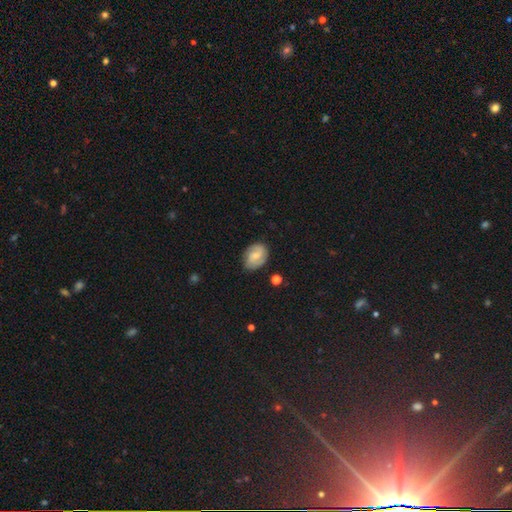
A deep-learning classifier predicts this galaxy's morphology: A featured or disk galaxy (59%) with a weak bar (48%), 2 (73%) medium (43%) spiral arms (89%) and a small central bulge (50%).

Vote fractions:
- Smooth or featured? featured or disk: 59% / smooth: 34% / star or artifact: 7%
- Edge-on disk? no: 97% / yes: 3%
- Bar? weak: 48% / no: 42% / strong: 10%
- Spiral arms? yes: 89% / no: 11%
- Spiral winding? medium: 43% / tight: 38% / loose: 19%
- Spiral arm count? 2: 73% / can't tell: 14% / 3: 6% / 1: 4% / 4: 2% / more than 4: 2%
- Bulge size? small: 50% / moderate: 40% / none: 7% / large: 2% / dominant: 1%
- Merging? none: 75% / minor disturbance: 19% / major disturbance: 4% / merger: 2%